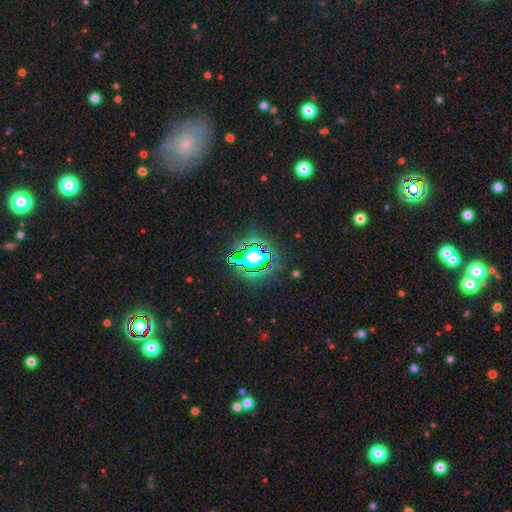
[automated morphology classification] This is likely a star or artifact rather than a galaxy (68%).